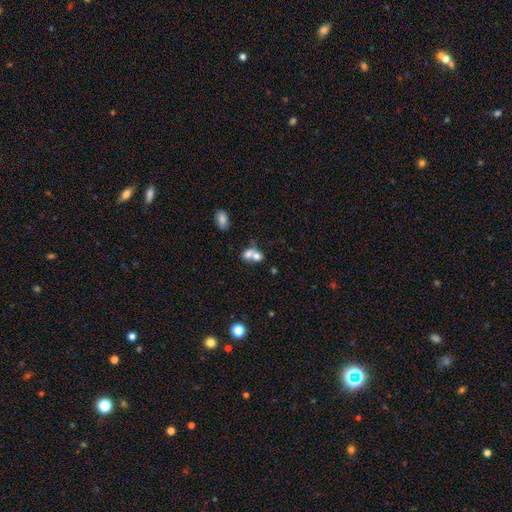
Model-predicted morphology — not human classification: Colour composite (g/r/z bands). It shows a smooth galaxy with no disk features (69%) that is in between round and cigar-shaped (51%). Merging: merger (71%).